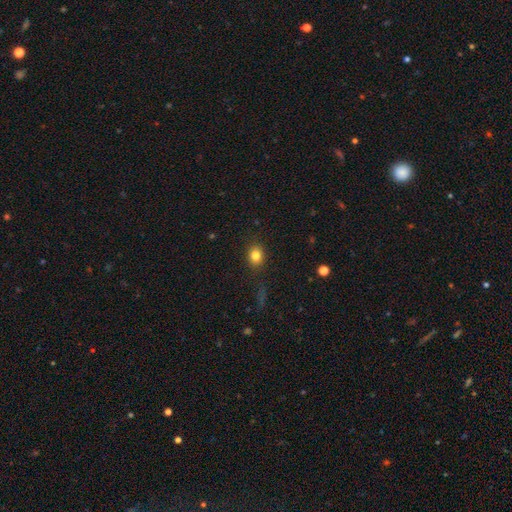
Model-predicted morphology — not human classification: Smooth or featured? smooth (81%)
How rounded? round (55%)
Merging? none (86%)